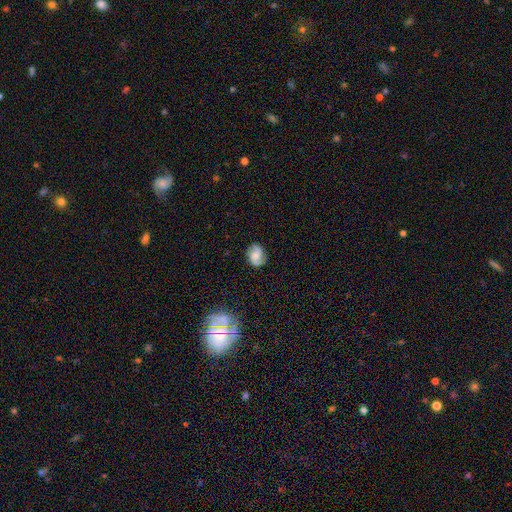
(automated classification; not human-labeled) Morphology: type=featured or disk (60%); edge-on=no (98%); bar=no (57%); spiral arms=yes (93%); winding=medium (46%); arm count=2 (87%); bulge=moderate (42%); merging=none (79%).